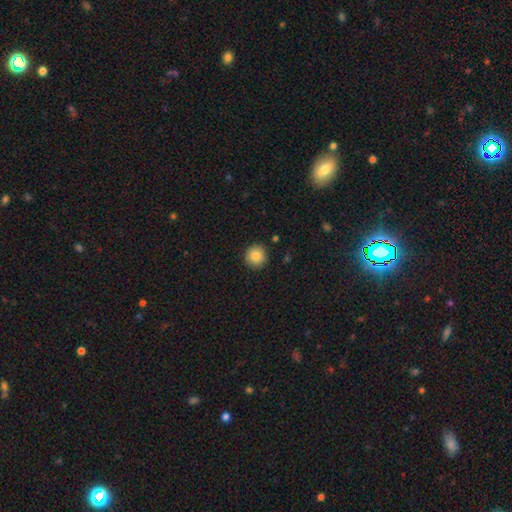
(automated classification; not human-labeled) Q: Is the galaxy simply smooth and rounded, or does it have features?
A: smooth — 85%.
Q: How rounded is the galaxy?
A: round — 94%.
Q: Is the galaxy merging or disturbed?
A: none — 91%.